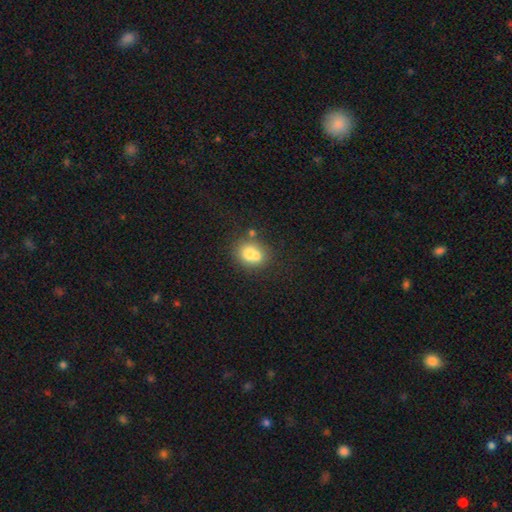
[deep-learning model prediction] smooth-or-featured: smooth: 70% | featured or disk: 19% | star or artifact: 11%
  how-rounded: round: 62% | in between: 36% | cigar-shaped: 1%
  merging: merger: 42% | none: 41% | minor disturbance: 12% | major disturbance: 5%